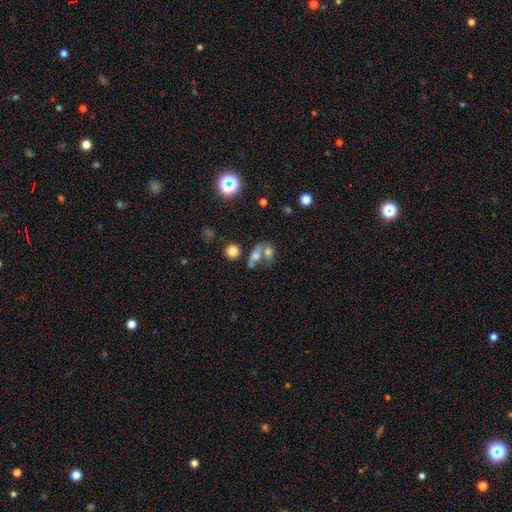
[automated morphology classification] The model was most divided on "how rounded": in between: 58%, round: 36%, cigar-shaped: 6%. More confident: smooth or featured — smooth (60%); merging — merger (52%).